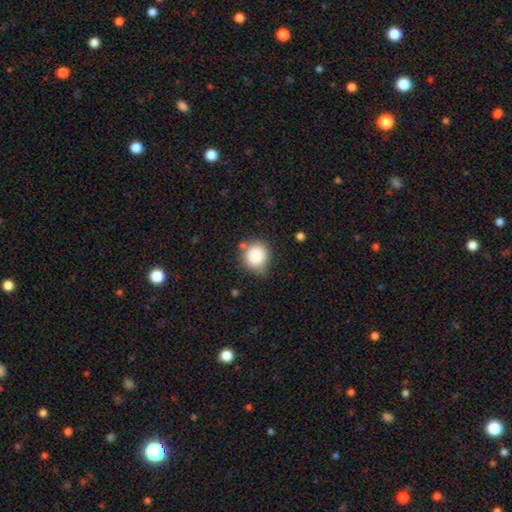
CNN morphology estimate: Smooth or featured? Predicted: smooth (p=0.86). How rounded? Predicted: round (p=0.84). Merging? Predicted: none (p=0.70).